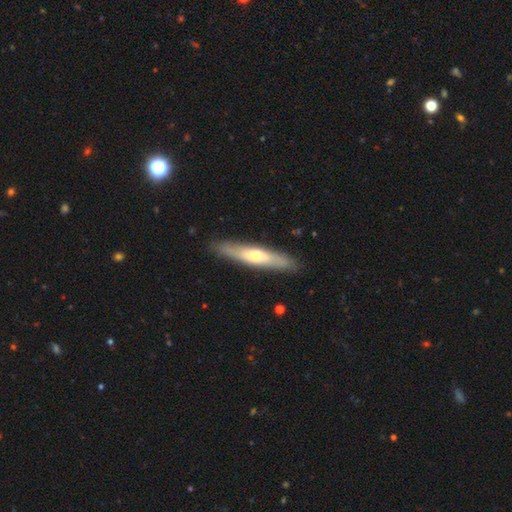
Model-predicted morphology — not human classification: smooth_or_featured: smooth (p=0.54) [alt: featured or disk p=0.41]
how_rounded: cigar-shaped (p=0.86) [alt: in between p=0.12]
merging: none (p=0.88) [alt: minor disturbance p=0.09]